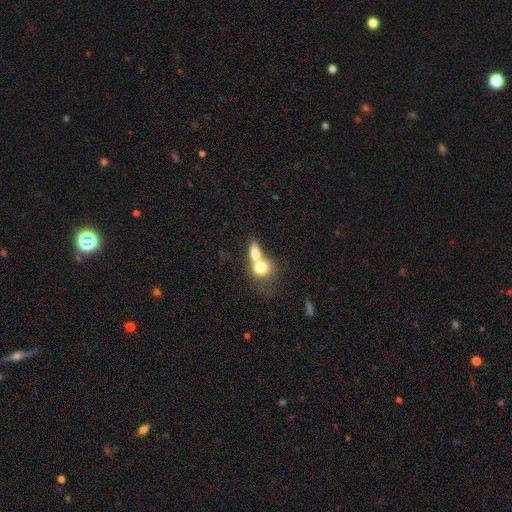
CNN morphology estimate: Overall: smooth (71%). How rounded: in between (54%; round 38%). Merging: merger (73%).